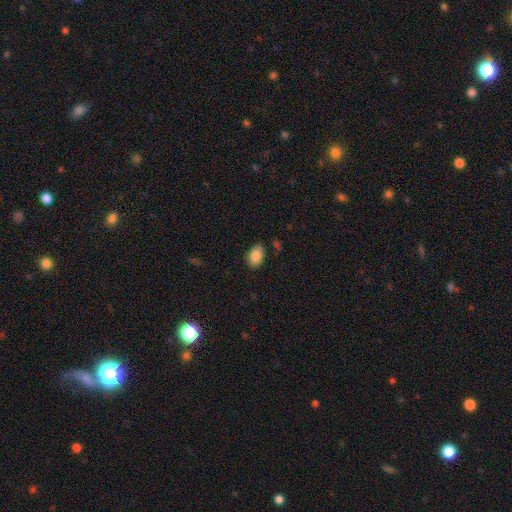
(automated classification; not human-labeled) Smooth or featured? Predicted: smooth (p=0.87). How rounded? Predicted: in between (p=0.89). Merging? Predicted: none (p=0.83).